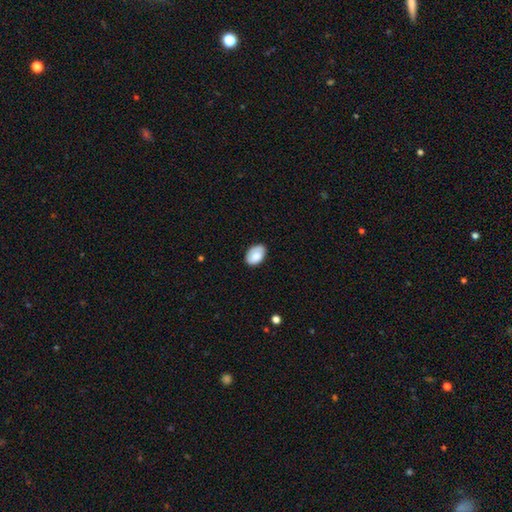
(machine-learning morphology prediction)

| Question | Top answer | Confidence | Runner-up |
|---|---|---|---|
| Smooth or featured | smooth | 86% | featured or disk (8%) |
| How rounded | in between | 90% | round (9%) |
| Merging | none | 80% | minor disturbance (16%) |